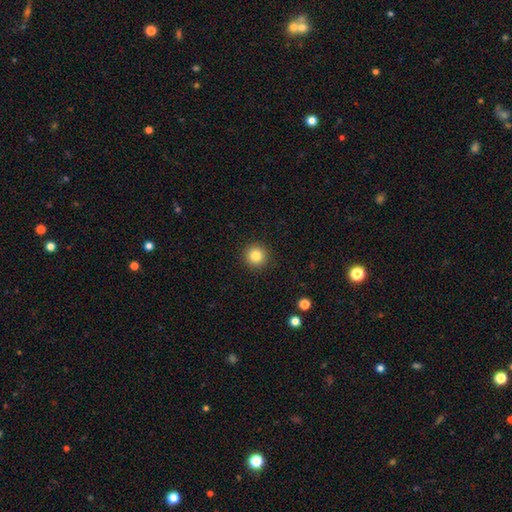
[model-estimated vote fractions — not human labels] The model was most divided on "smooth or featured": smooth: 83%, star or artifact: 11%, featured or disk: 7%. More confident: how rounded — round (96%); merging — none (92%).